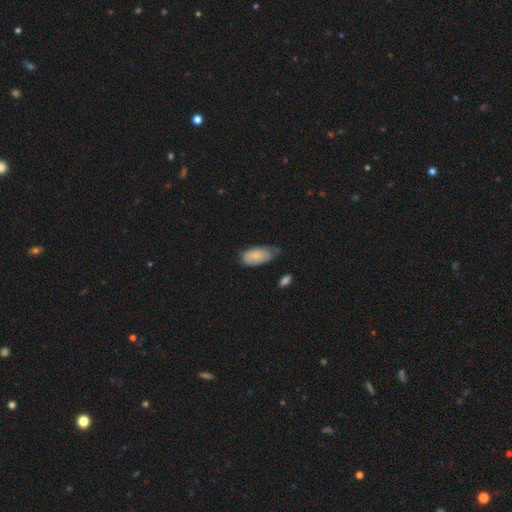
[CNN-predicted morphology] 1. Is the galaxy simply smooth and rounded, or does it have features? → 75% smooth, 19% featured or disk, 6% star or artifact.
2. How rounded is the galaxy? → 93% in between, 4% cigar-shaped, 3% round.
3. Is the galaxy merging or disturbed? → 44% minor disturbance, 38% none, 16% major disturbance, 2% merger.